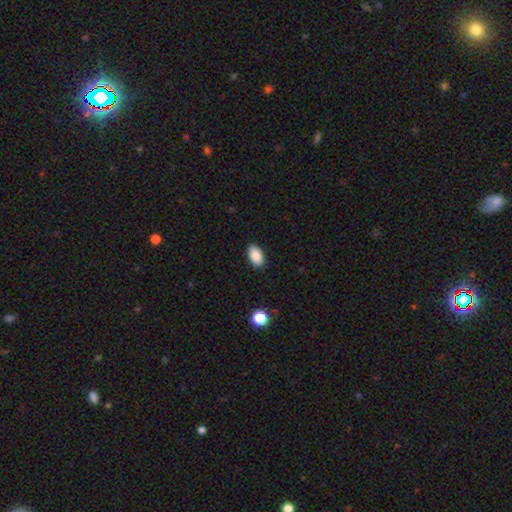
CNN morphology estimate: smooth_or_featured: smooth (p=0.87) [alt: star or artifact p=0.08]
how_rounded: in between (p=0.93) [alt: round p=0.05]
merging: none (p=0.88) [alt: minor disturbance p=0.09]